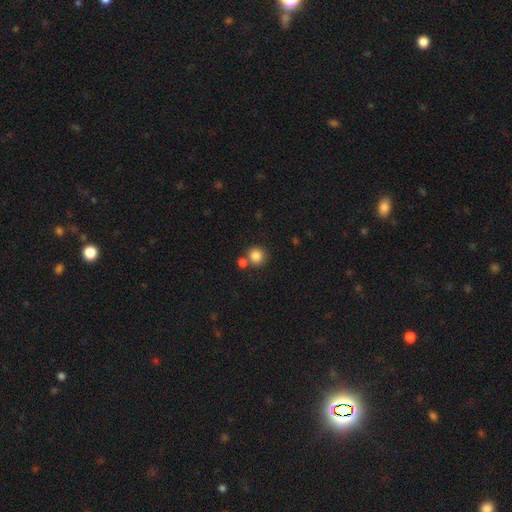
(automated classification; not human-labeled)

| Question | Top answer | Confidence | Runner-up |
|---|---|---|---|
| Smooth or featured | smooth | 85% | star or artifact (10%) |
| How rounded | round | 91% | in between (8%) |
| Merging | none | 69% | merger (20%) |